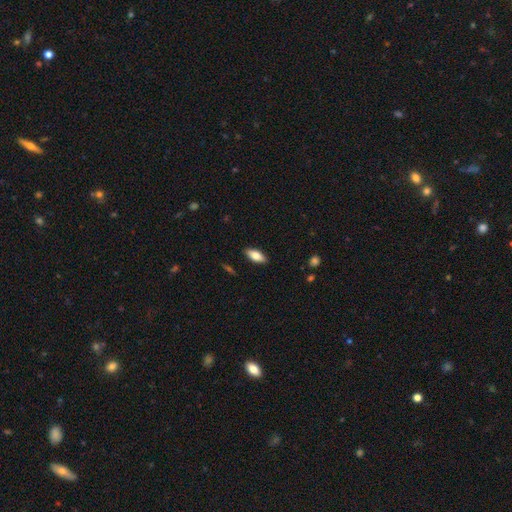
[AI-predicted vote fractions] Q: Smooth or featured?
A: smooth (79%); runner-up: featured or disk (15%)
Q: How rounded?
A: in between (83%); runner-up: cigar-shaped (15%)
Q: Merging?
A: none (88%); runner-up: minor disturbance (9%)